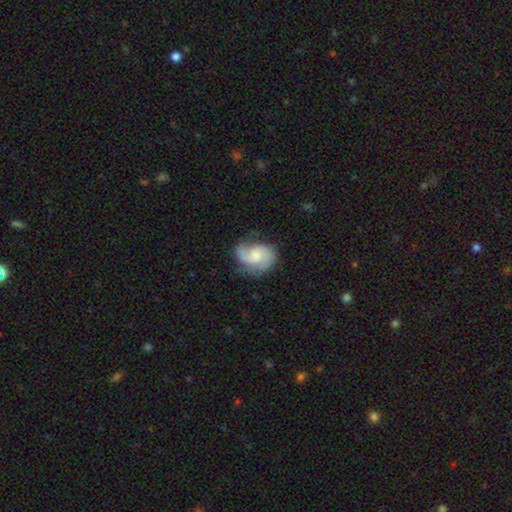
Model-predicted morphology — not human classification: Smooth or featured? Predicted: featured or disk (p=0.64). Edge-on disk? Predicted: no (p=0.98). Bar? Predicted: no (p=0.63). Spiral arms? Predicted: yes (p=0.91). Spiral winding? Predicted: medium (p=0.45). Spiral arm count? Predicted: 2 (p=0.72). Bulge size? Predicted: moderate (p=0.34). Merging? Predicted: none (p=0.56).